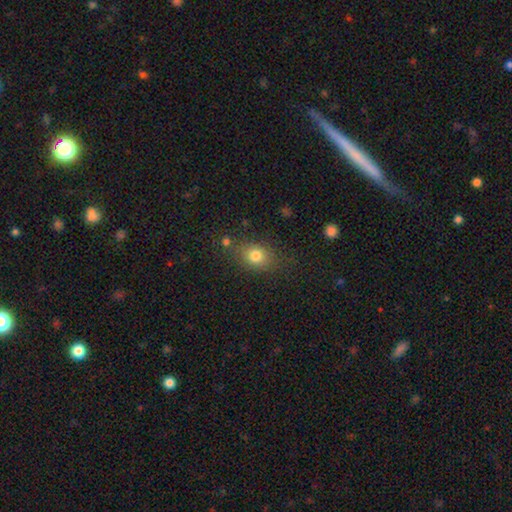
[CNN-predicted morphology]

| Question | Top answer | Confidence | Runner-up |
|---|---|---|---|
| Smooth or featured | smooth | 77% | star or artifact (13%) |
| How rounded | in between | 52% | round (45%) |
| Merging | none | 73% | minor disturbance (16%) |